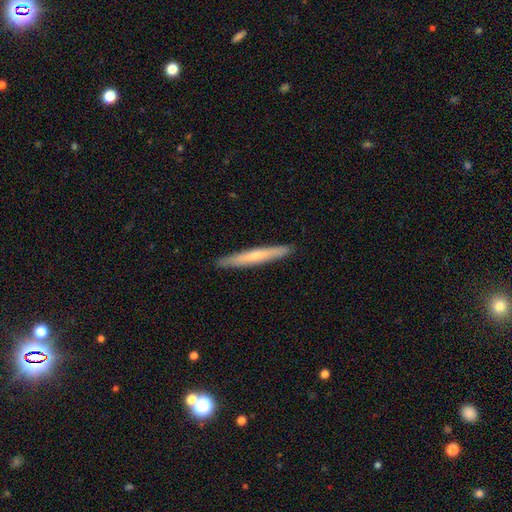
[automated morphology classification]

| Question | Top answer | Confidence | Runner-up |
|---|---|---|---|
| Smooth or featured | smooth | 58% | featured or disk (37%) |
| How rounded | cigar-shaped | 96% | in between (3%) |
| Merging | none | 91% | minor disturbance (7%) |